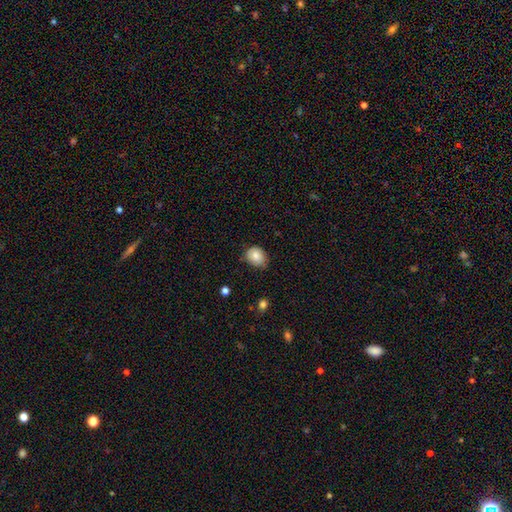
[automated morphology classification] This appears to be a smooth galaxy with no disk features (83%) that is round (56%). Merging: none (65%).